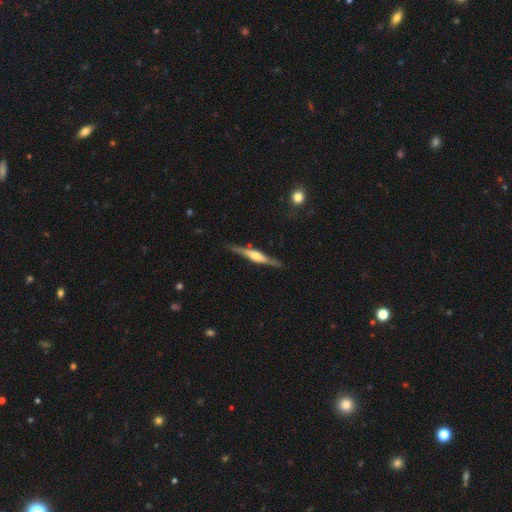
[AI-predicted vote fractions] smooth_or_featured: featured or disk (p=0.75) [alt: smooth p=0.20]
disk_edge_on: yes (p=0.97) [alt: no p=0.03]
edge_on_bulge: rounded (p=0.79) [alt: boxy p=0.16]
merging: none (p=0.86) [alt: minor disturbance p=0.10]